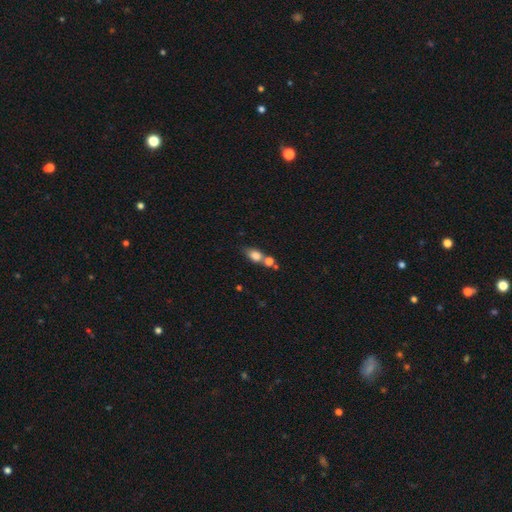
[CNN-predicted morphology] The model was most divided on "merging": none: 42%, merger: 39%, minor disturbance: 13%, major disturbance: 6%. More confident: smooth or featured — smooth (78%); how rounded — in between (67%).